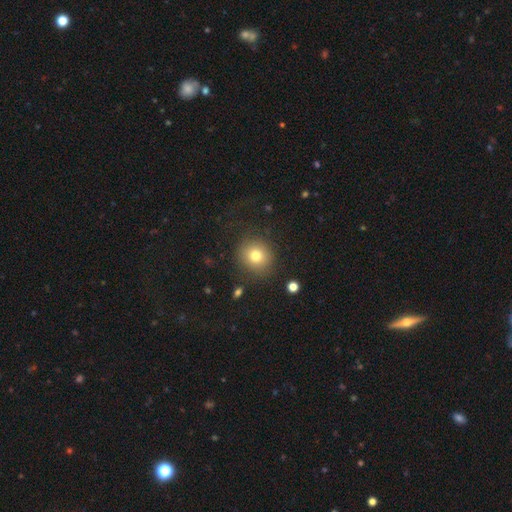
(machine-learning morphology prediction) This appears to be a smooth galaxy with no disk features (77%) that is round (86%). Merging: none (83%).